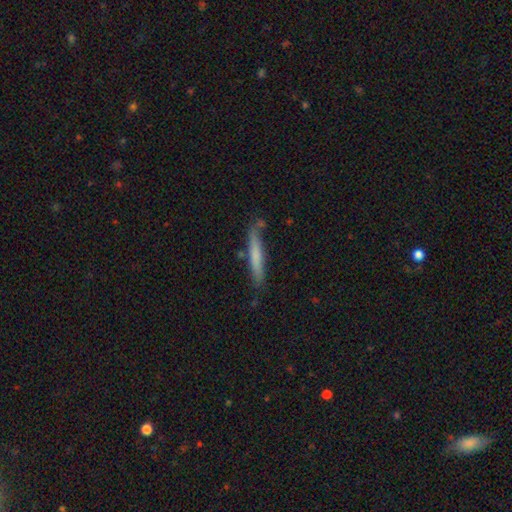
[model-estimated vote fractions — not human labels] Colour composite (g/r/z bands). It shows a smooth galaxy with no disk features (64%) that is cigar-shaped (94%). Merging: none (75%).